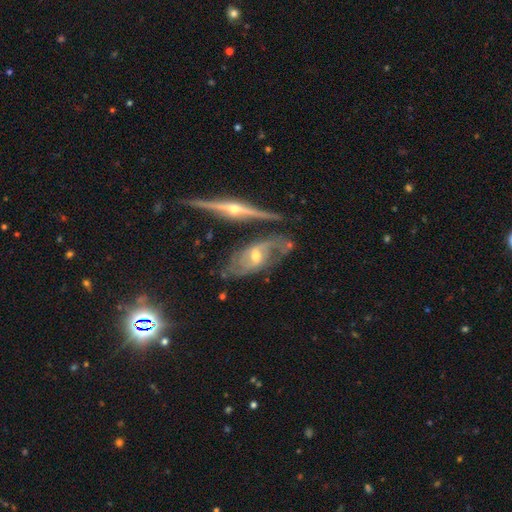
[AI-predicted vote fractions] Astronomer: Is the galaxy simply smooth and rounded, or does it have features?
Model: featured or disk — 85%.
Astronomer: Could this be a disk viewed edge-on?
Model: no — 80%.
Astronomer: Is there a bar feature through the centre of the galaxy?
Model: weak — 45% (runner-up: no, 37%).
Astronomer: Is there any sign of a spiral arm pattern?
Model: yes — 91%.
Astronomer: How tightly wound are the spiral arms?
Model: medium — 46% (runner-up: tight, 32%).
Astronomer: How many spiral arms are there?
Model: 2 — 68%.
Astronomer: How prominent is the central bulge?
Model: moderate — 58% (runner-up: small, 37%).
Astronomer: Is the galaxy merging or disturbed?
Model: none — 56%.